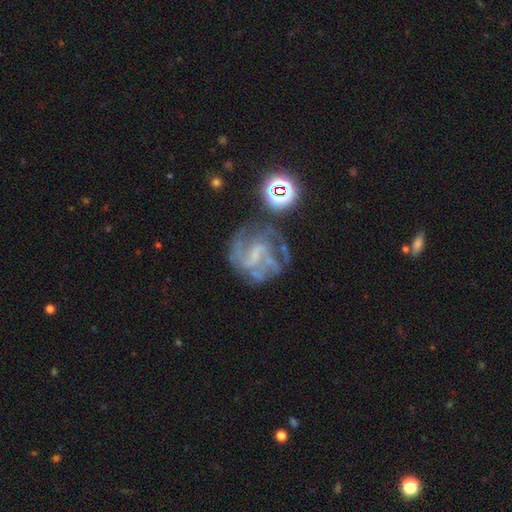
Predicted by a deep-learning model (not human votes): A featured or disk galaxy (76%) with a weak bar (47%), medium (48%) spiral arms (88%) and no central bulge (52%). Merging: none (52%).